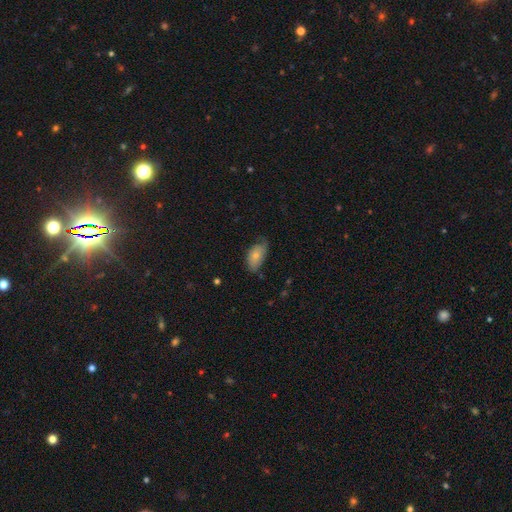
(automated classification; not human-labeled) A smooth galaxy with no disk features (72%) that is in between round and cigar-shaped (93%).

Vote fractions:
- Smooth or featured? smooth: 72% / featured or disk: 22% / star or artifact: 7%
- How rounded? in between: 93% / round: 4% / cigar-shaped: 3%
- Merging? none: 51% / minor disturbance: 36% / major disturbance: 11% / merger: 2%